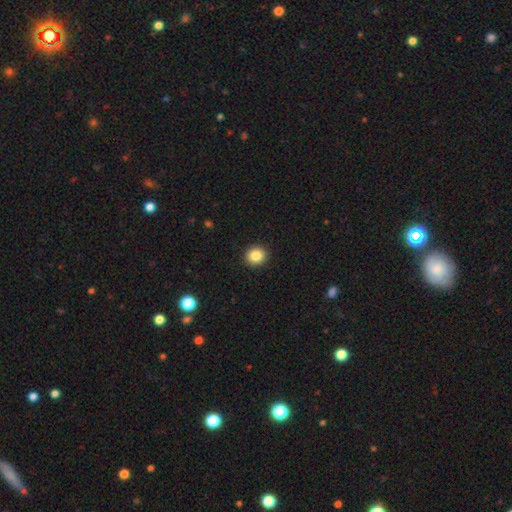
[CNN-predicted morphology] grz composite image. It shows a smooth galaxy with no disk features (85%) that is round (84%). Merging: none (92%).